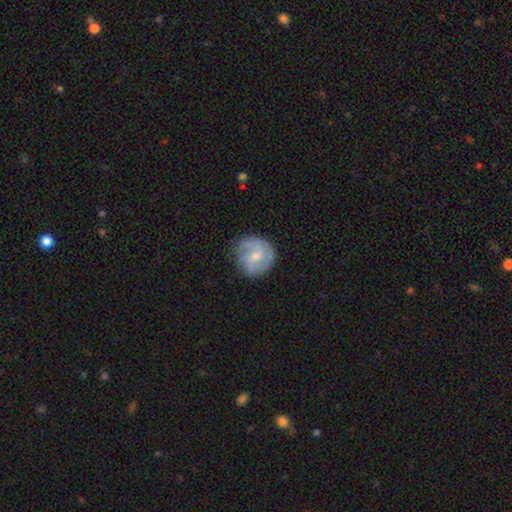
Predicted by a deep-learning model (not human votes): Smooth or featured? Predicted: featured or disk (p=0.56). Edge-on disk? Predicted: no (p=0.98). Bar? Predicted: weak (p=0.48). Spiral arms? Predicted: yes (p=0.80). Bulge size? Predicted: small (p=0.50). Merging? Predicted: none (p=0.72).